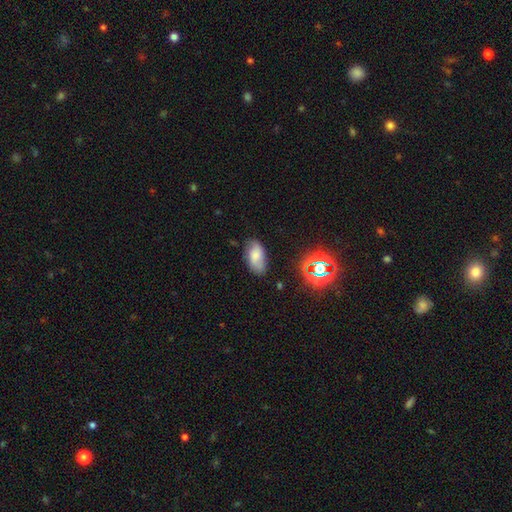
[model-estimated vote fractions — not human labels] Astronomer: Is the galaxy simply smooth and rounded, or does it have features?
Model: smooth — 66%.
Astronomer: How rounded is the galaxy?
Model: in between — 93%.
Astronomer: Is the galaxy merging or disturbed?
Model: none — 69%.